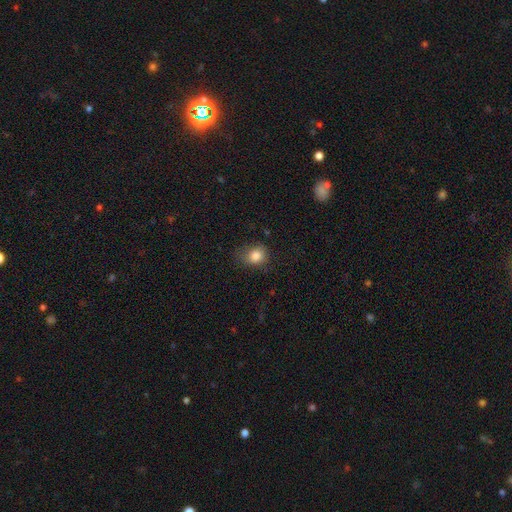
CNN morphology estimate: smooth-or-featured: smooth: 83% | star or artifact: 11% | featured or disk: 7%
  how-rounded: round: 57% | in between: 42% | cigar-shaped: 1%
  merging: none: 64% | minor disturbance: 25% | major disturbance: 9% | merger: 2%